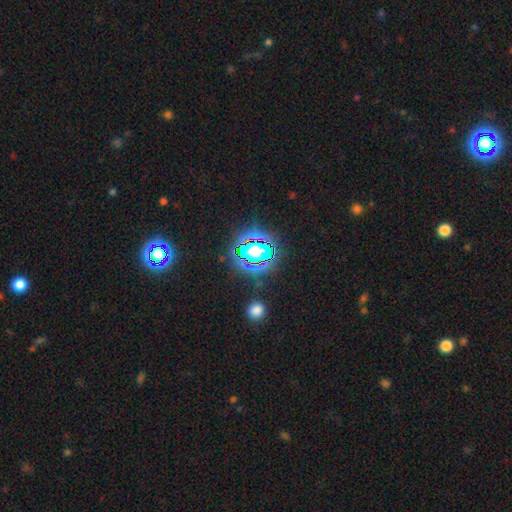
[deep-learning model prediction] Morphology: type=star or artifact (76%).